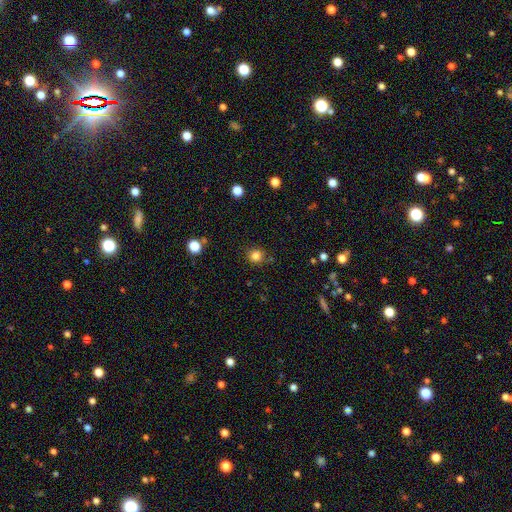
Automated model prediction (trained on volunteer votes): The model was most divided on "smooth or featured": smooth: 83%, star or artifact: 13%, featured or disk: 4%. More confident: how rounded — round (91%); merging — none (84%).